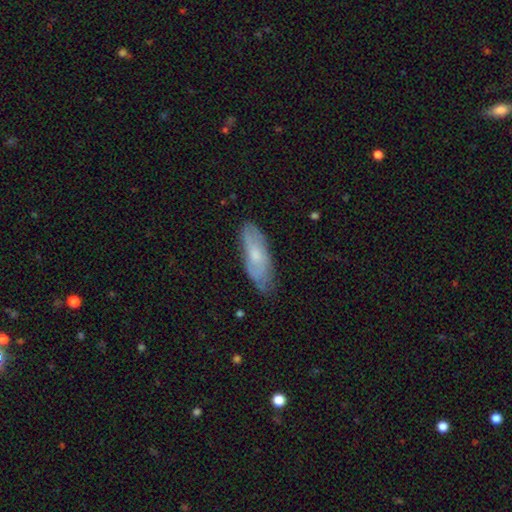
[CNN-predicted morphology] This is possibly a smooth galaxy (52%). How rounded: likely in between (62%). Merging: likely none (73%).